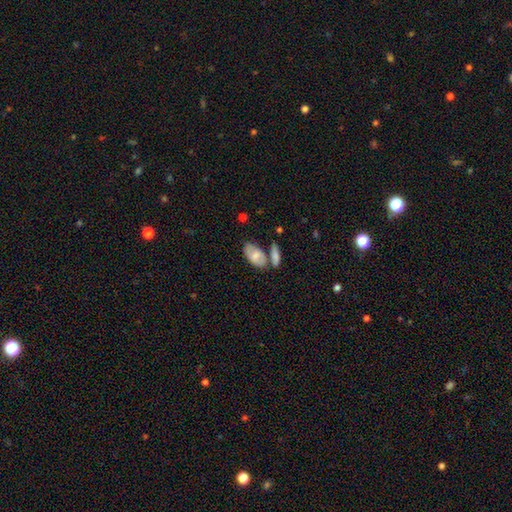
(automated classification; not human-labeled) Q: Smooth or featured?
A: smooth (69%); runner-up: featured or disk (25%)
Q: How rounded?
A: in between (92%); runner-up: cigar-shaped (4%)
Q: Merging?
A: none (51%); runner-up: merger (24%)